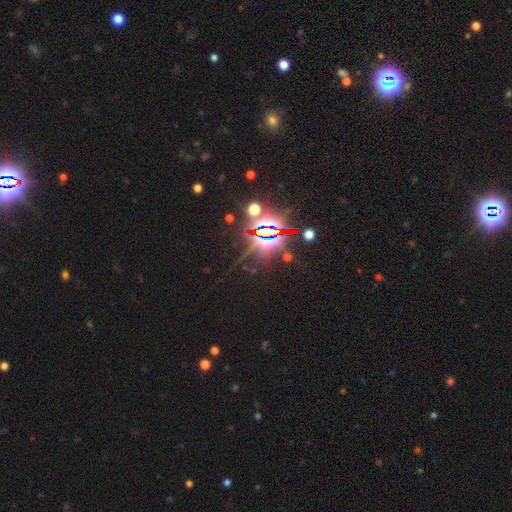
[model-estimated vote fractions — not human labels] Morphology: type=star or artifact (86%).